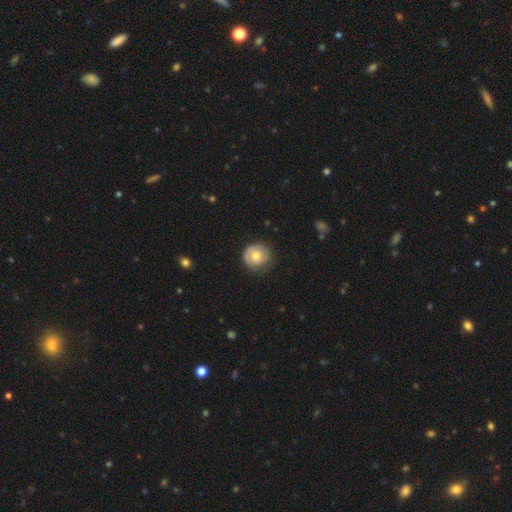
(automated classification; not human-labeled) Smooth or featured?
  - smooth: 50% *
  - featured or disk: 43%
  - star or artifact: 7%
How rounded?
  - round: 88% *
  - in between: 11%
  - cigar-shaped: 1%
Merging?
  - none: 79% *
  - minor disturbance: 16%
  - major disturbance: 4%
  - merger: 1%